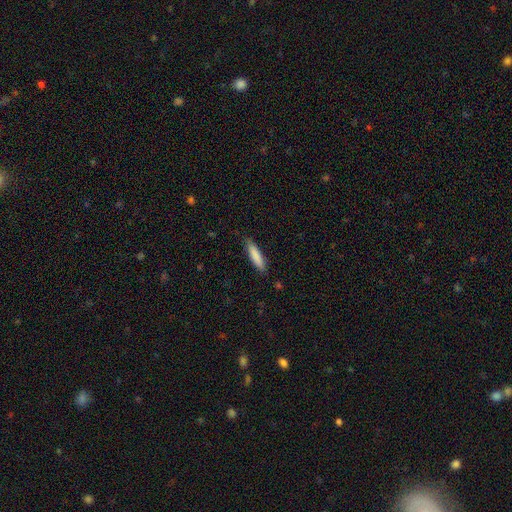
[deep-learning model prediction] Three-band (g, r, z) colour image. It shows a smooth galaxy with no disk features (85%) that is cigar-shaped (80%). Merging: none (85%).